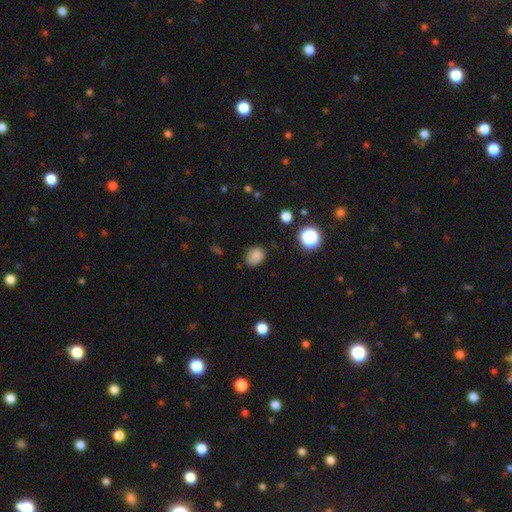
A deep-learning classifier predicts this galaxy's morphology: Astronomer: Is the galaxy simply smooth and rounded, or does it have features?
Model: smooth — 81%.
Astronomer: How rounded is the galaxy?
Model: round — 67%.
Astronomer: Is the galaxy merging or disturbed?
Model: none — 76%.